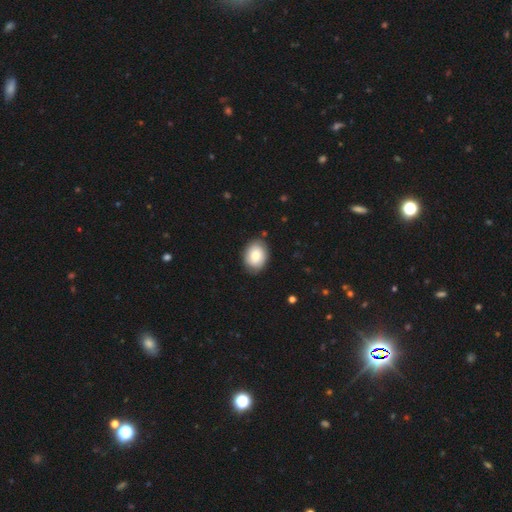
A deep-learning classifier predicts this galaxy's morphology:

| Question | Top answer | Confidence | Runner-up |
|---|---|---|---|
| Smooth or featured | smooth | 79% | featured or disk (14%) |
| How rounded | in between | 67% | round (32%) |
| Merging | none | 82% | minor disturbance (14%) |